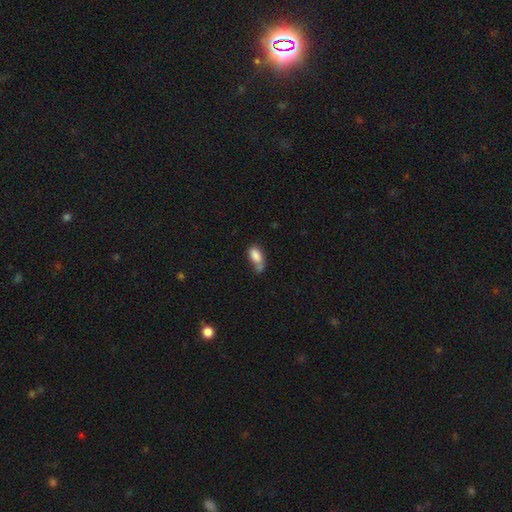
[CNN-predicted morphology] The model was most divided on "merging": none: 35%, minor disturbance: 28%, merger: 22%, major disturbance: 16%. More confident: how rounded — in between (88%); smooth or featured — smooth (81%).